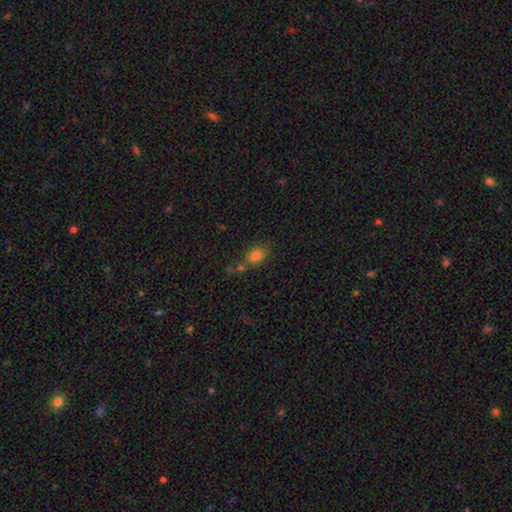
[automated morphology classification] type=smooth (79%); roundness=in between (67%); merging=none (57%).